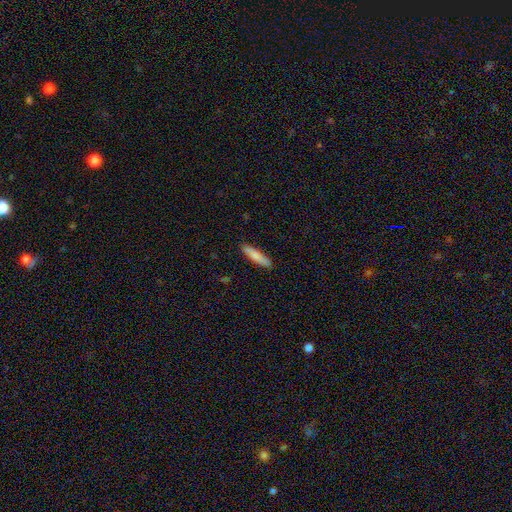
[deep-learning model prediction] Smooth or featured? Predicted: smooth (p=0.80). How rounded? Predicted: cigar-shaped (p=0.84). Merging? Predicted: none (p=0.89).